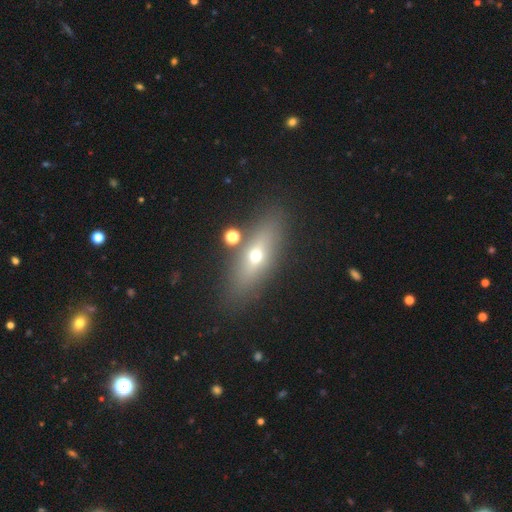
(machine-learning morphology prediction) The model was most divided on "how rounded": in between: 51%, cigar-shaped: 42%, round: 7%. More confident: merging — none (81%); smooth or featured — smooth (51%).